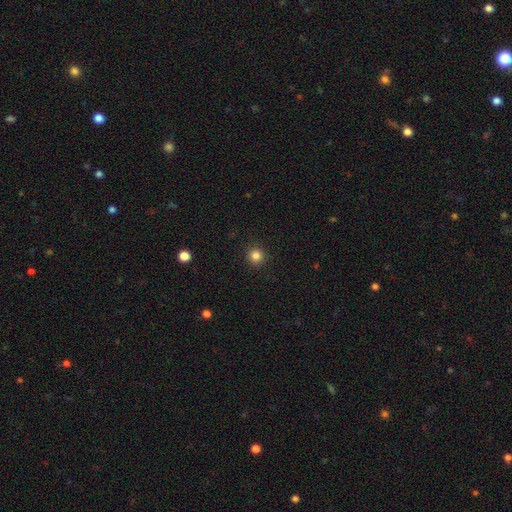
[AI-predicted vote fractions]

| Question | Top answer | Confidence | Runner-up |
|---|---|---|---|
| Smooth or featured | smooth | 84% | star or artifact (12%) |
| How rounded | round | 95% | in between (4%) |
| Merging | none | 93% | minor disturbance (5%) |